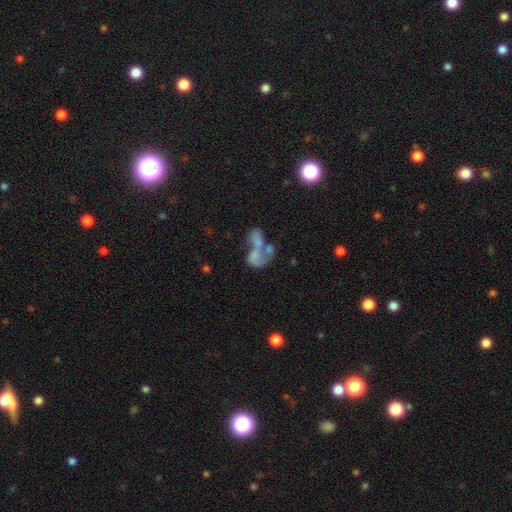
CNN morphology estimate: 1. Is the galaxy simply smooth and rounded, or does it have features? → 52% smooth, 35% featured or disk, 12% star or artifact.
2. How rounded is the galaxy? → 83% in between, 13% round, 4% cigar-shaped.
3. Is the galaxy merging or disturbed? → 68% merger, 14% major disturbance, 11% none, 6% minor disturbance.